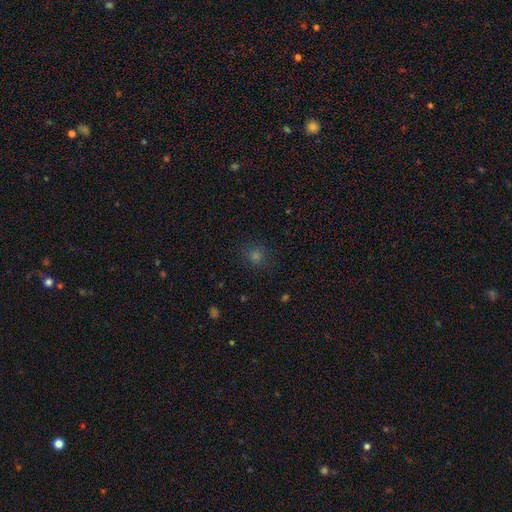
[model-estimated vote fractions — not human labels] A smooth galaxy with no disk features (66%) that is round (88%). Merging: none (87%).